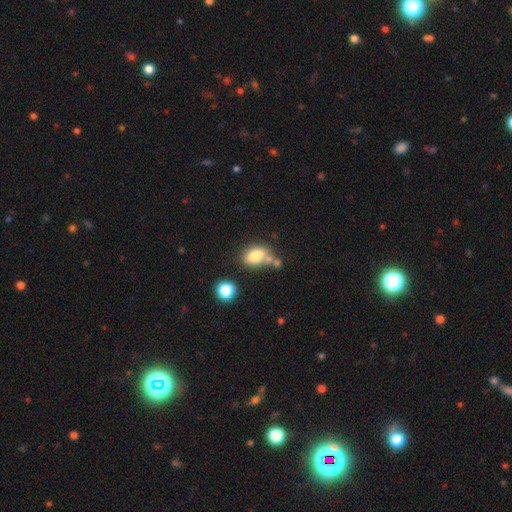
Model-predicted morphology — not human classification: This is likely a smooth galaxy (78%). How rounded: likely in between (78%). Merging: possibly none (51%).